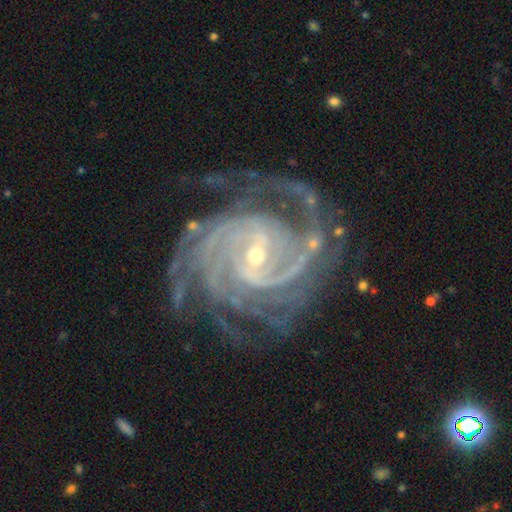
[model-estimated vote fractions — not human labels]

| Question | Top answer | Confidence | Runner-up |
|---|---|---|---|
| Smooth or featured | featured or disk | 93% | star or artifact (5%) |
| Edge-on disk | no | 98% | yes (2%) |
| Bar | weak | 47% | strong (28%) |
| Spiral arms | yes | 99% | no (1%) |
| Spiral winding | tight | 67% | medium (30%) |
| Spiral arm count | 4 | 24% | 3 (21%) |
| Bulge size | small | 71% | moderate (25%) |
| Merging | none | 74% | minor disturbance (16%) |